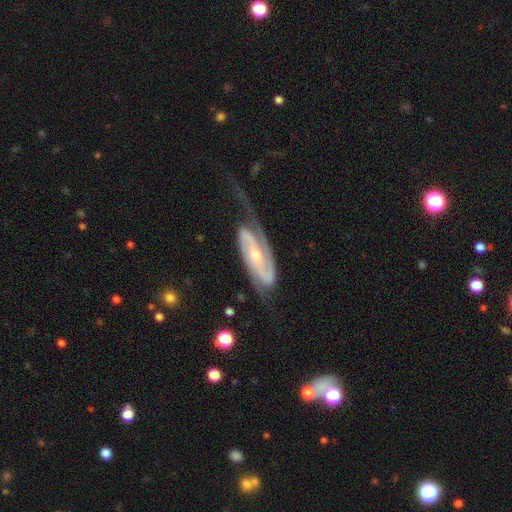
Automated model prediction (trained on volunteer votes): Q: Smooth or featured?
A: featured or disk (88%); runner-up: smooth (7%)
Q: Edge-on disk?
A: no (92%); runner-up: yes (8%)
Q: Bar?
A: no (44%); runner-up: weak (31%)
Q: Spiral arms?
A: yes (97%); runner-up: no (3%)
Q: Spiral winding?
A: medium (41%); runner-up: tight (40%)
Q: Spiral arm count?
A: 2 (82%); runner-up: 1 (8%)
Q: Bulge size?
A: small (59%); runner-up: moderate (36%)
Q: Merging?
A: none (48%); runner-up: major disturbance (28%)